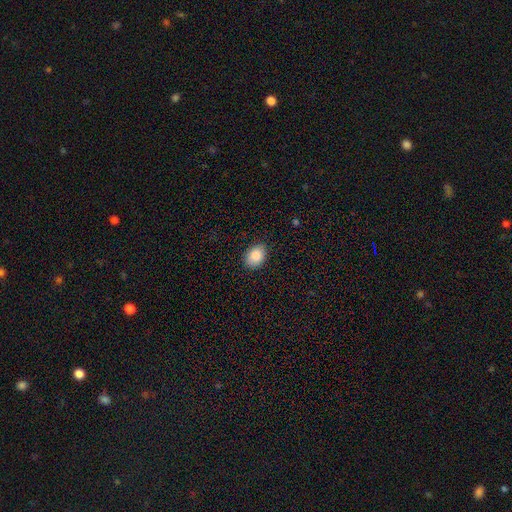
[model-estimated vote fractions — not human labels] This is clearly a smooth galaxy (88%). How rounded: likely in between (70%). Merging: clearly none (85%).